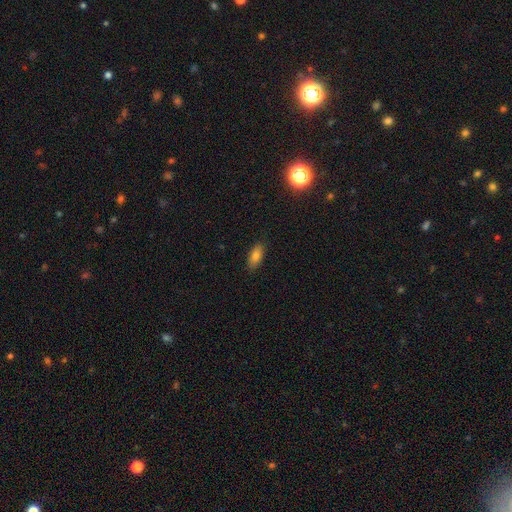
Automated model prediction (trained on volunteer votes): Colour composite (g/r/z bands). It shows a smooth galaxy with no disk features (80%) that is in between round and cigar-shaped (83%). Merging: none (87%).